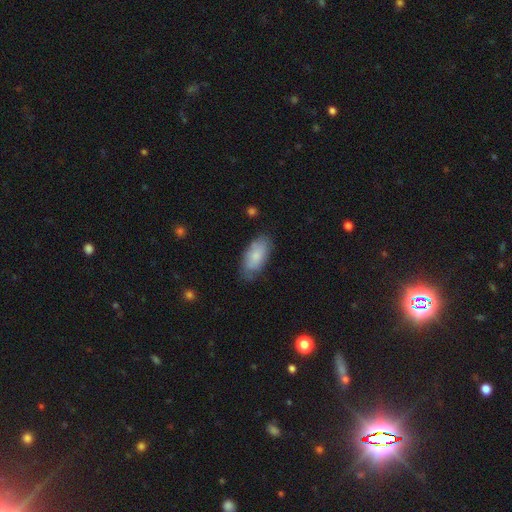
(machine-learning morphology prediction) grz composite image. It shows a smooth galaxy with no disk features (77%) that is in between round and cigar-shaped (91%). Merging: none (70%).